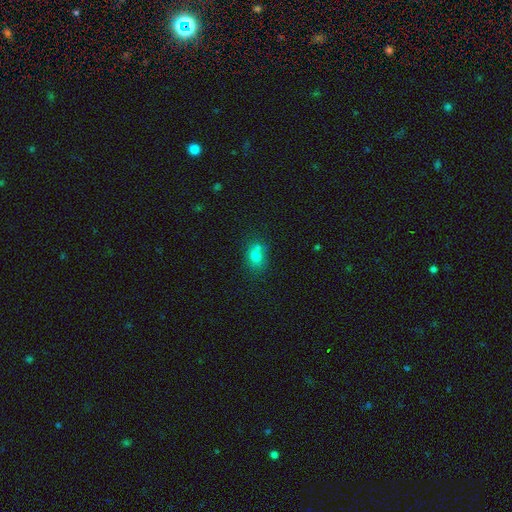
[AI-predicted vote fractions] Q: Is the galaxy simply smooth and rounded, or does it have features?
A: smooth — 73%.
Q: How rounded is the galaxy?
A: round — 50%.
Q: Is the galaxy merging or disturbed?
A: none — 50%.